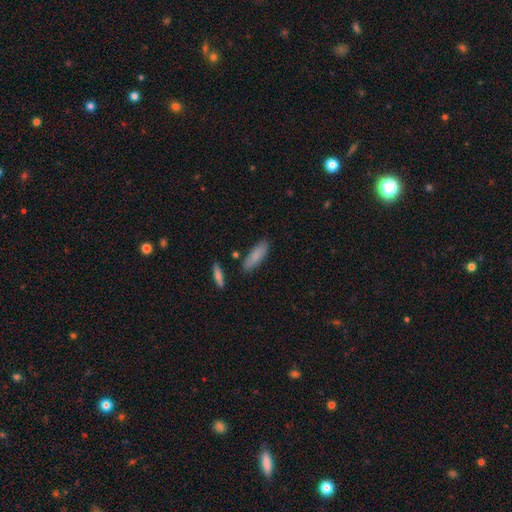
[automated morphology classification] smooth 84%, featured or disk 10%, star or artifact 6%. Down the decision tree: how rounded — in between (54%); merging — none (82%).